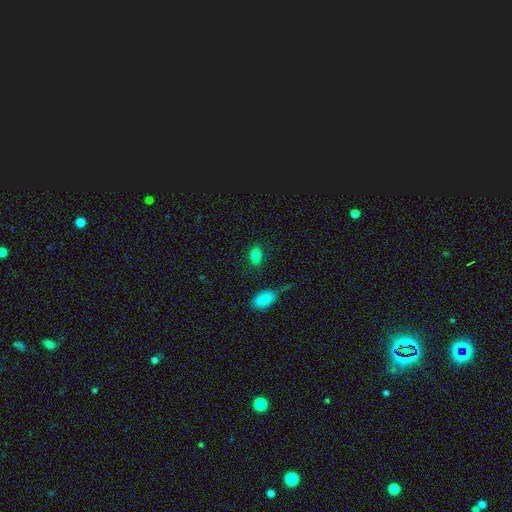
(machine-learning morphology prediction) Smooth or featured? smooth (81%)
How rounded? in between (85%)
Merging? none (76%)